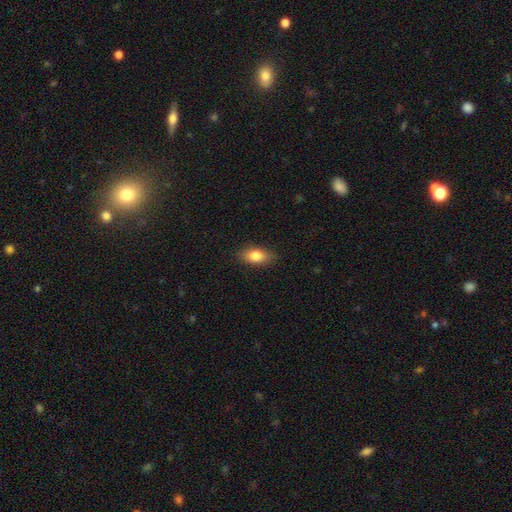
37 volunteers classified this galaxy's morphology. Smooth or featured: smooth — 68% (featured or disk — 22%)
How rounded: in between — 92% (round — 4%)
Merging: none — 76% (minor disturbance — 18%)